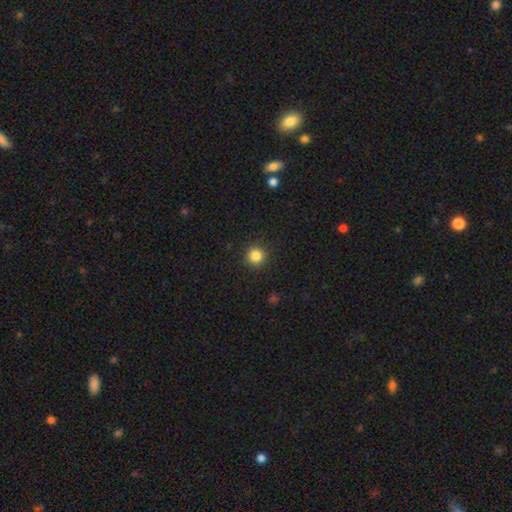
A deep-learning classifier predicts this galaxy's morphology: Smooth or featured?
  - smooth: 85% *
  - star or artifact: 11%
  - featured or disk: 4%
How rounded?
  - round: 95% *
  - in between: 4%
  - cigar-shaped: 1%
Merging?
  - none: 92% *
  - minor disturbance: 5%
  - major disturbance: 2%
  - merger: 1%